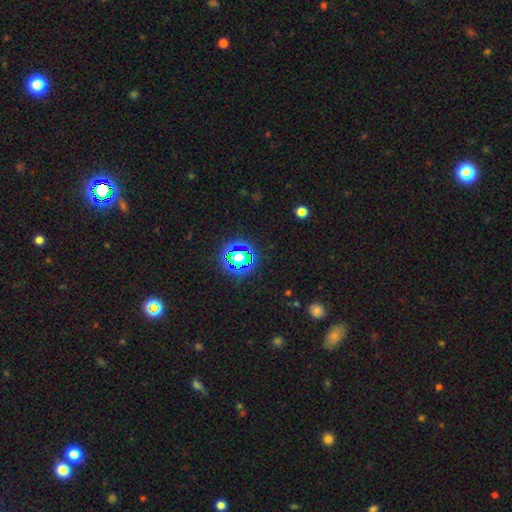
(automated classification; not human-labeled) Q: Smooth or featured?
A: star or artifact (78%); runner-up: smooth (14%)